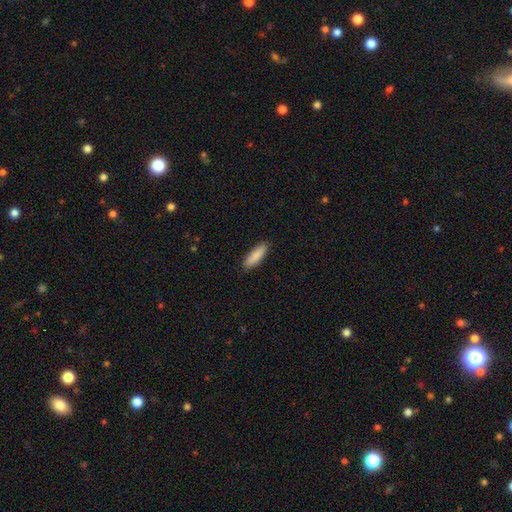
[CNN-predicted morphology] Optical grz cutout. It shows a smooth galaxy with no disk features (89%) that is cigar-shaped (54%). Merging: none (90%).